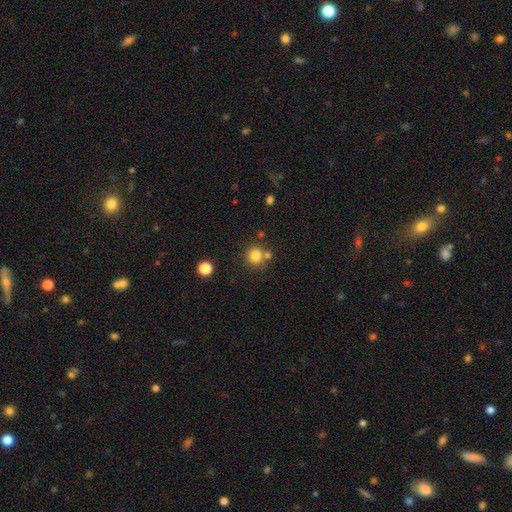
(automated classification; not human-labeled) Overall: smooth (81%). How rounded: round (92%). Merging: none (69%).